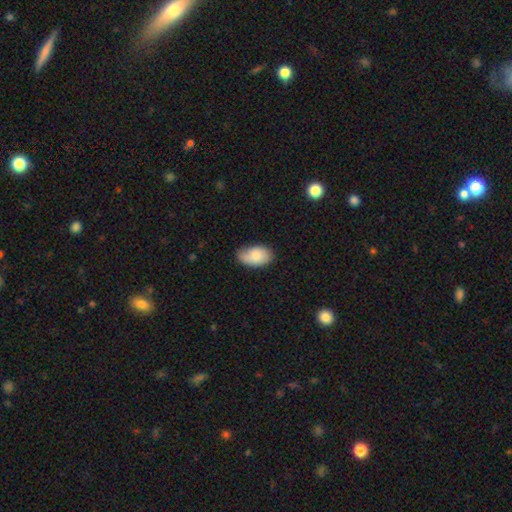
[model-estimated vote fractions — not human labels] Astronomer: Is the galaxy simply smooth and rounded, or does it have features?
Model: smooth — 81%.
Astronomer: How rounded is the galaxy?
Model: in between — 93%.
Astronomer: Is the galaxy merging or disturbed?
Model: none — 65%.